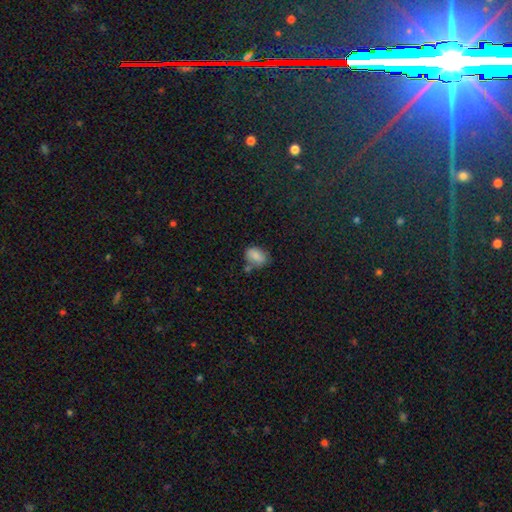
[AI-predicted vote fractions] smooth 78%, featured or disk 12%, star or artifact 10%. Down the decision tree: how rounded — in between (76%); merging — none (55%).